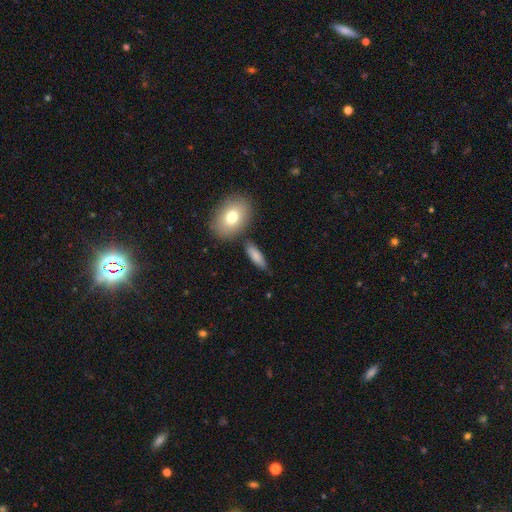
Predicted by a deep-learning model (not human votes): Smooth or featured?
  - smooth: 80% *
  - featured or disk: 13%
  - star or artifact: 7%
How rounded?
  - in between: 60% *
  - cigar-shaped: 36%
  - round: 4%
Merging?
  - none: 77% *
  - minor disturbance: 13%
  - merger: 7%
  - major disturbance: 4%